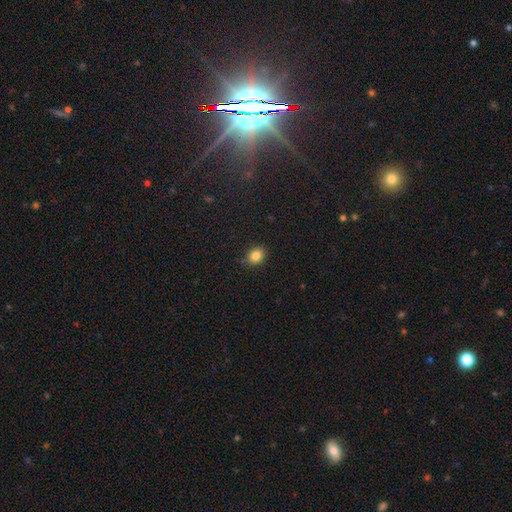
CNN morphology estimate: smooth_or_featured: smooth (p=0.84) [alt: star or artifact p=0.11]
how_rounded: round (p=0.53) [alt: in between p=0.46]
merging: none (p=0.84) [alt: minor disturbance p=0.12]